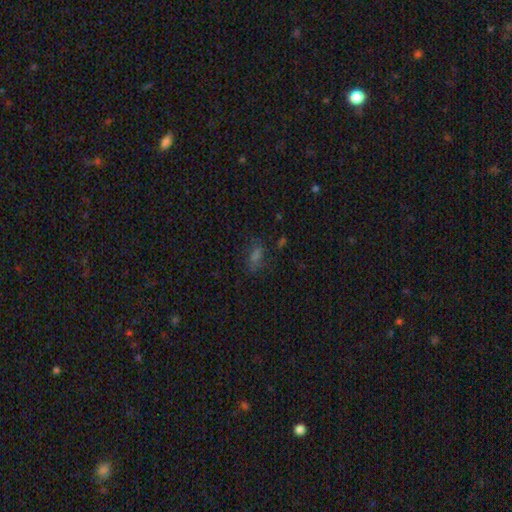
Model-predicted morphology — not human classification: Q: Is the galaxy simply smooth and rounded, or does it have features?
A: smooth — 52%.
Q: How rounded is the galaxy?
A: in between — 71%.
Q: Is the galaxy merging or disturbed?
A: none — 69%.